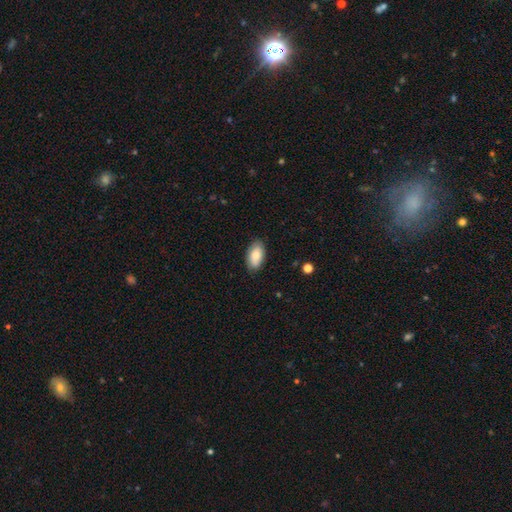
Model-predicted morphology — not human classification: Smooth or featured? smooth (82%)
How rounded? in between (94%)
Merging? none (85%)